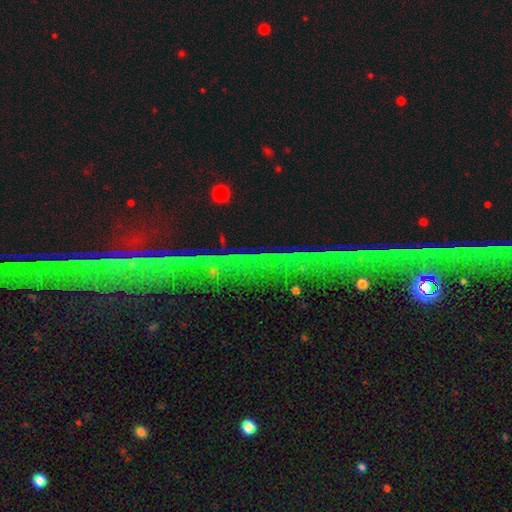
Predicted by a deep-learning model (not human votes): This is likely a star or artifact rather than a galaxy (73%).